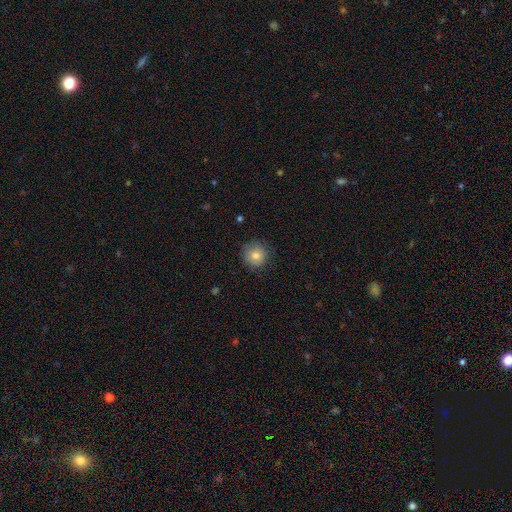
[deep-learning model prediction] The model was most divided on "smooth or featured": smooth: 80%, star or artifact: 10%, featured or disk: 10%. More confident: how rounded — round (94%); merging — none (84%).